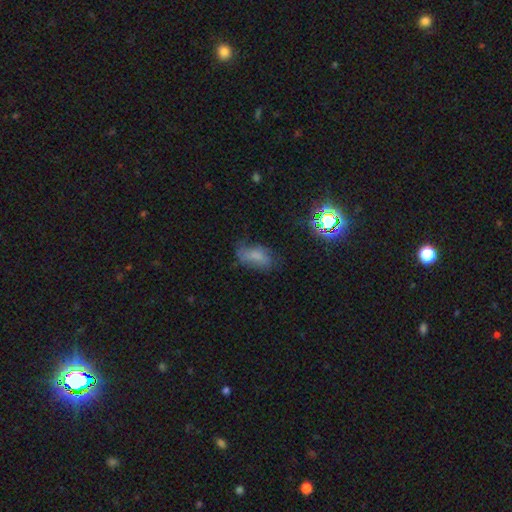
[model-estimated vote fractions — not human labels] A smooth galaxy with no disk features (63%) that is in between round and cigar-shaped (87%). Merging: none (48%).